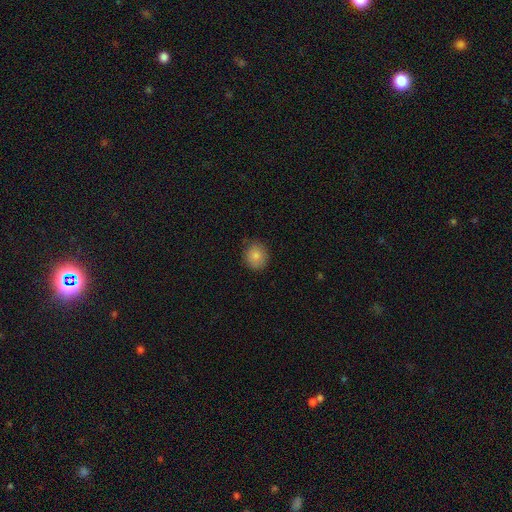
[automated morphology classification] A smooth galaxy with no disk features (83%) that is round (82%).

Vote fractions:
- Smooth or featured? smooth: 83% / star or artifact: 9% / featured or disk: 7%
- How rounded? round: 82% / in between: 17% / cigar-shaped: 1%
- Merging? none: 81% / minor disturbance: 15% / major disturbance: 3% / merger: 1%